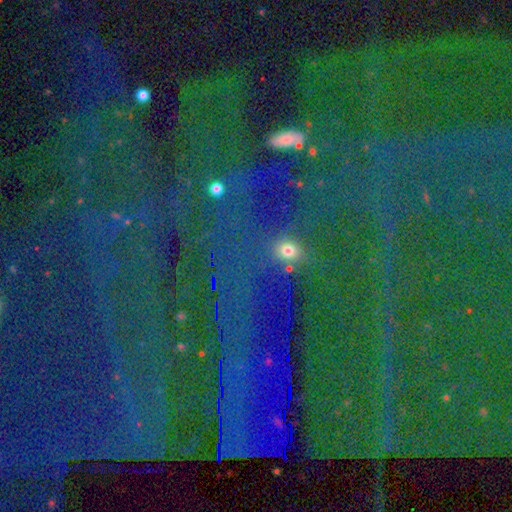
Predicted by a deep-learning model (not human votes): Smooth or featured? Predicted: star or artifact (p=0.80).